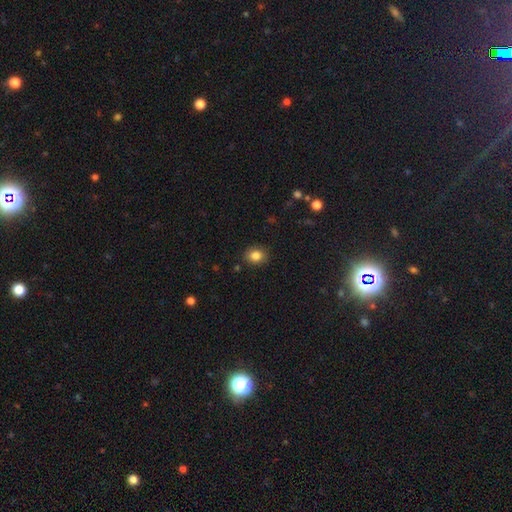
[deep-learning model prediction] Smooth or featured? smooth (84%)
How rounded? round (59%)
Merging? none (88%)